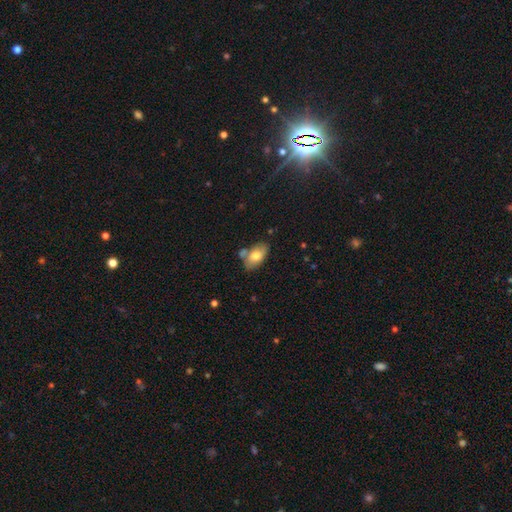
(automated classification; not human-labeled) The model was most divided on "merging": none: 62%, minor disturbance: 17%, merger: 16%, major disturbance: 4%. More confident: how rounded — in between (93%); smooth or featured — smooth (73%).